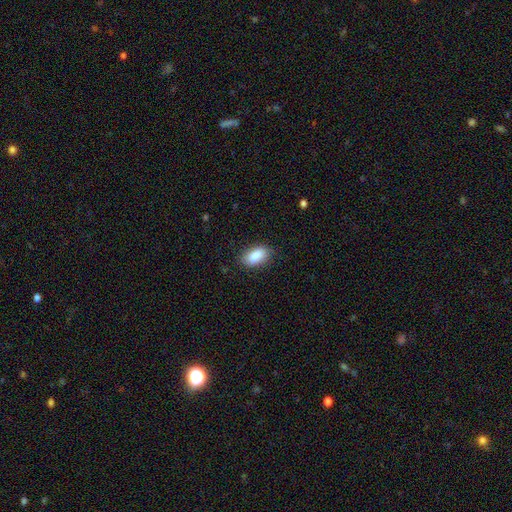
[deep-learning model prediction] Smooth or featured?
  - smooth: 88% *
  - star or artifact: 7%
  - featured or disk: 6%
How rounded?
  - in between: 92% *
  - round: 4%
  - cigar-shaped: 4%
Merging?
  - none: 84% *
  - minor disturbance: 12%
  - major disturbance: 3%
  - merger: 1%